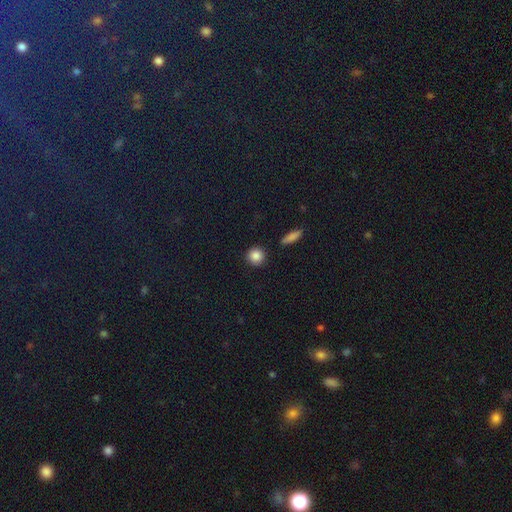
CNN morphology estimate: smooth-or-featured: smooth: 87% | star or artifact: 9% | featured or disk: 4%
  how-rounded: round: 92% | in between: 7% | cigar-shaped: 1%
  merging: none: 89% | minor disturbance: 7% | merger: 3% | major disturbance: 2%